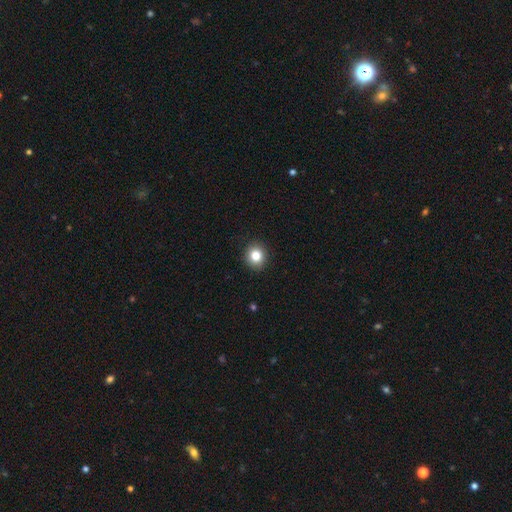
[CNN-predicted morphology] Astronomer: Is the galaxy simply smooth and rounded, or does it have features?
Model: smooth — 84%.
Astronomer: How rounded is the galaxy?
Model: round — 82%.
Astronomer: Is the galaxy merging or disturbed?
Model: none — 91%.